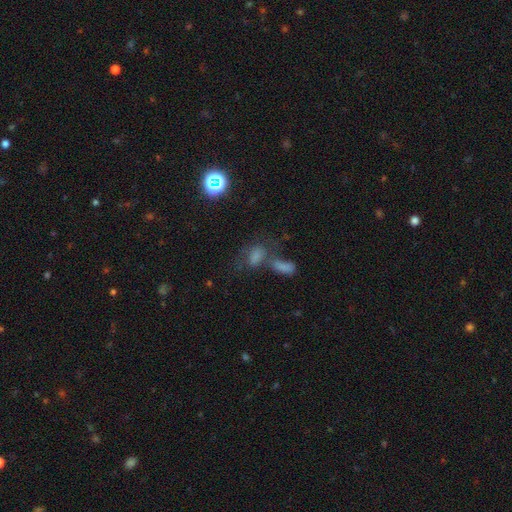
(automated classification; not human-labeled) The model was most divided on "merging": merger: 47%, none: 29%, major disturbance: 12%, minor disturbance: 12%. Remaining: smooth or featured — smooth (50%).